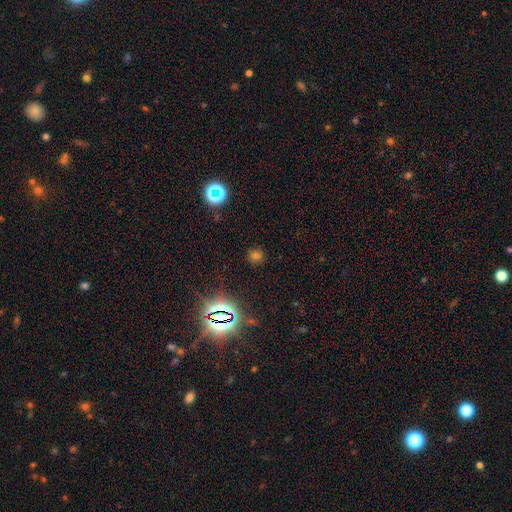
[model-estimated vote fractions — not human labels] Smooth or featured: smooth — 55% (star or artifact — 38%)
How rounded: round — 90% (in between — 9%)
Merging: none — 87% (minor disturbance — 8%)